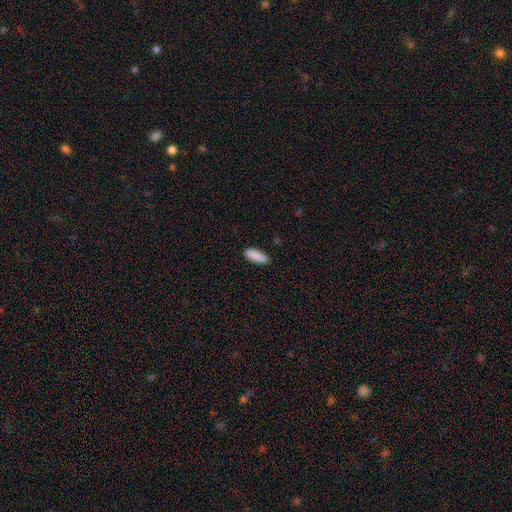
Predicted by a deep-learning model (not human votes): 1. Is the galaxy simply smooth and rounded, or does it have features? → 89% smooth, 6% star or artifact, 4% featured or disk.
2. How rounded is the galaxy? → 71% in between, 27% cigar-shaped, 2% round.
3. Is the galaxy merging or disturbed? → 84% none, 13% minor disturbance, 2% major disturbance, 1% merger.